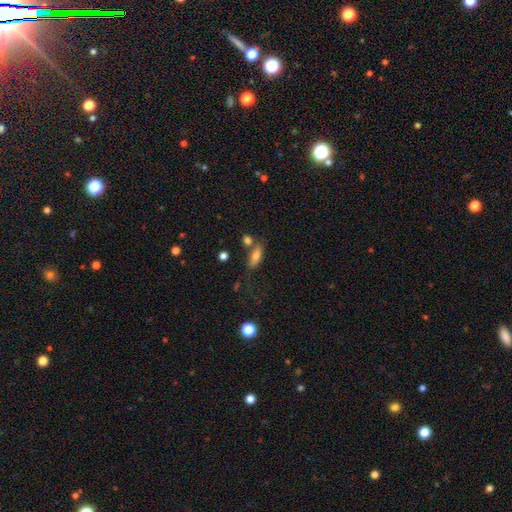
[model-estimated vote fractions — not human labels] The model was most divided on "merging": none: 58%, minor disturbance: 18%, merger: 17%, major disturbance: 7%. More confident: smooth or featured — smooth (72%); how rounded — in between (71%).